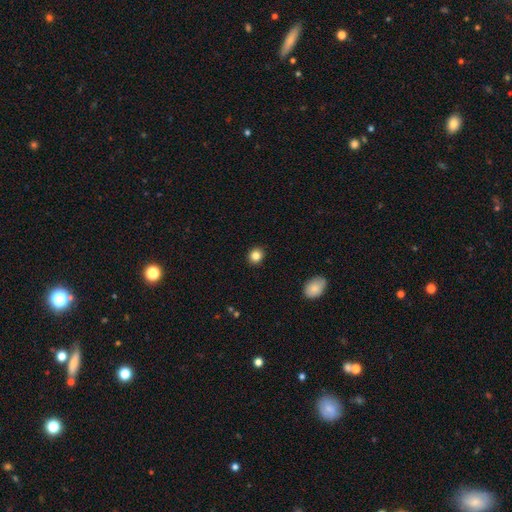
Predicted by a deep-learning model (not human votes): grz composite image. It shows a smooth galaxy with no disk features (85%) that is round (80%). Merging: none (91%).